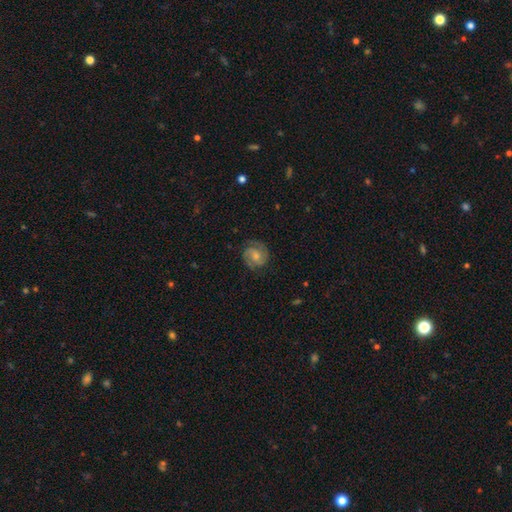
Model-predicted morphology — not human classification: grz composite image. It shows a featured or disk galaxy (73%) with no bar (49%), 2 (80%) medium (44%, tied with tight) spiral arms (94%) and a small central bulge (45%). Merging: none (77%).